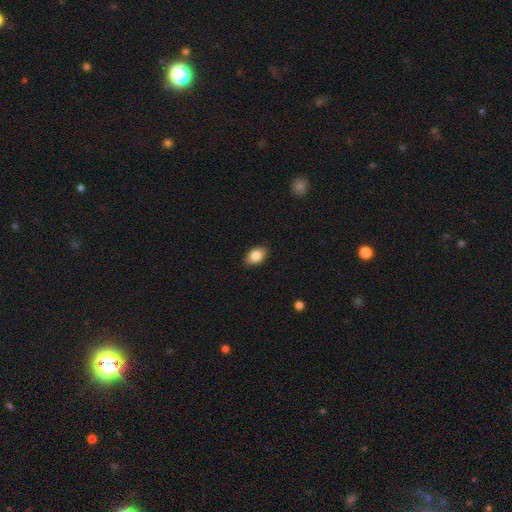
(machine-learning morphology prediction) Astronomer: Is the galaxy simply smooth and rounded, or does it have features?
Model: smooth — 85%.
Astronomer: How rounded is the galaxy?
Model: in between — 86%.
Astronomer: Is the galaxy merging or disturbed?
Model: none — 88%.